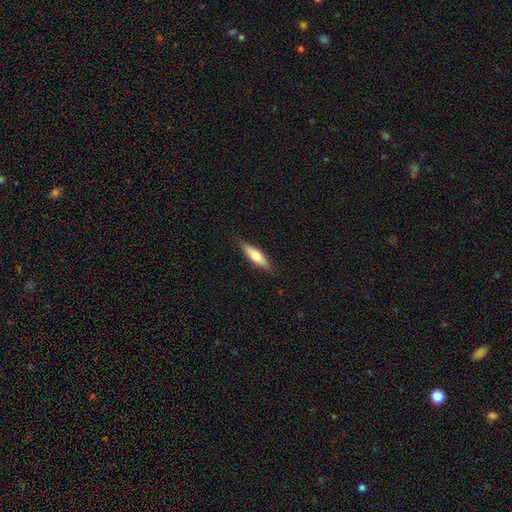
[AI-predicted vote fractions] This is likely a smooth galaxy (67%). How rounded: possibly cigar-shaped (57%). Merging: clearly none (82%).